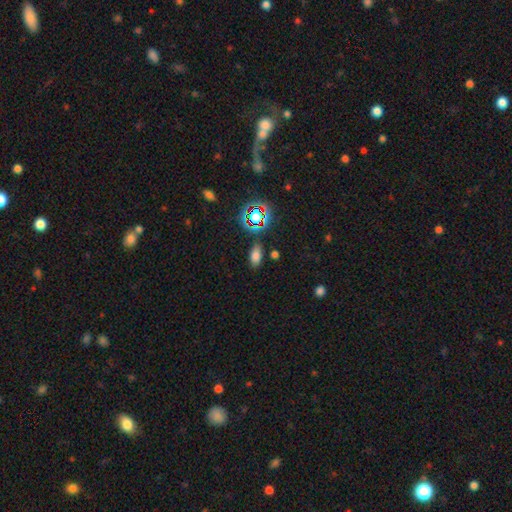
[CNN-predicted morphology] Smooth or featured: smooth — 72% (star or artifact — 21%)
How rounded: in between — 89% (round — 7%)
Merging: none — 82% (minor disturbance — 12%)